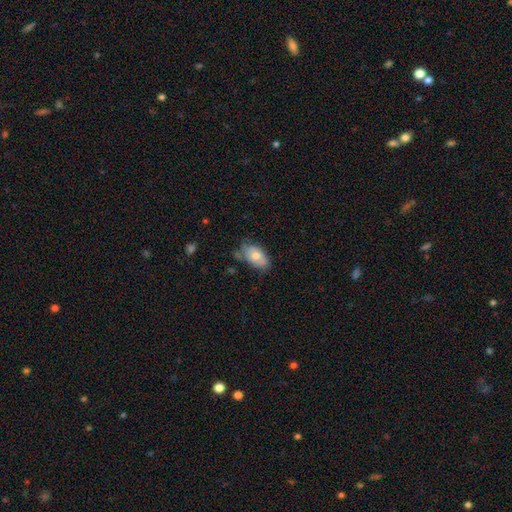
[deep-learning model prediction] smooth-or-featured: smooth: 61% | featured or disk: 32% | star or artifact: 7%
  how-rounded: in between: 91% | round: 7% | cigar-shaped: 2%
  merging: none: 56% | minor disturbance: 31% | major disturbance: 9% | merger: 3%